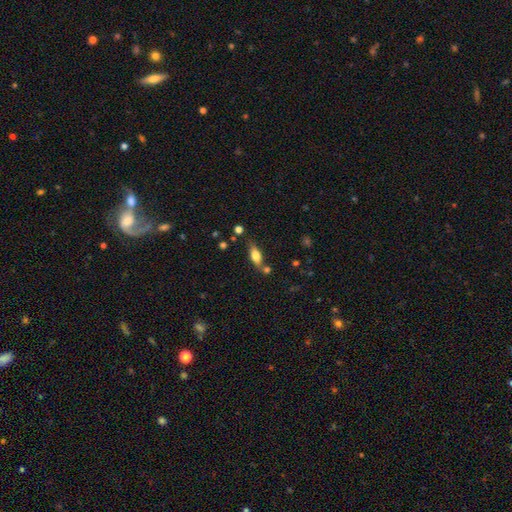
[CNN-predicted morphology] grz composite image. It shows a smooth galaxy with no disk features (69%) that is in between round and cigar-shaped (74%). Merging: none (64%).